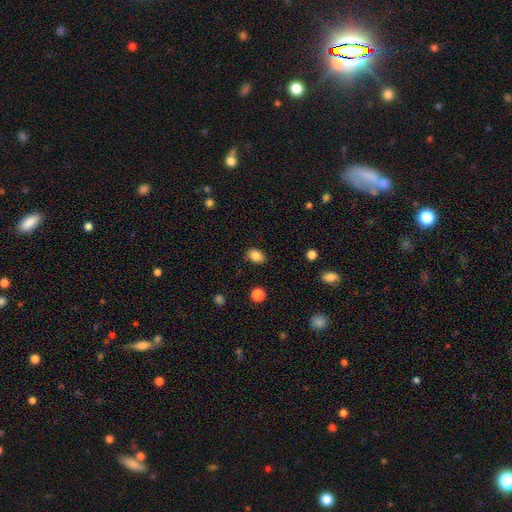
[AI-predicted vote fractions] Smooth or featured? smooth (84%)
How rounded? in between (74%)
Merging? none (84%)